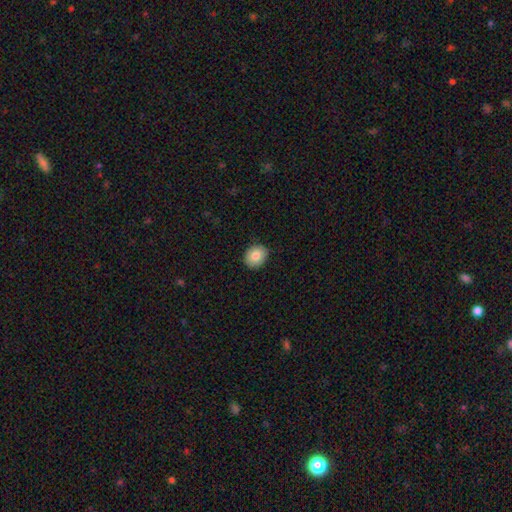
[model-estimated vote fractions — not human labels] Smooth or featured: smooth — 82% (featured or disk — 10%)
How rounded: round — 57% (in between — 42%)
Merging: none — 88% (minor disturbance — 9%)